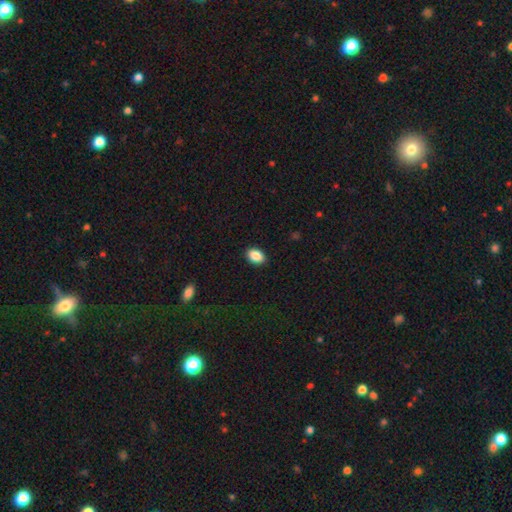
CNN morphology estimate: This appears to be a smooth galaxy with no disk features (88%) that is in between round and cigar-shaped (83%). Merging: none (90%).